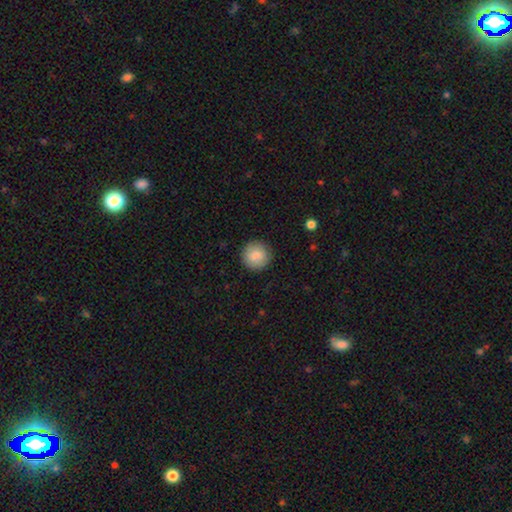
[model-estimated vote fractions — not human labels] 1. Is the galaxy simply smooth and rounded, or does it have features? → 84% smooth, 8% featured or disk, 8% star or artifact.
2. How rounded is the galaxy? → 94% round, 5% in between, 1% cigar-shaped.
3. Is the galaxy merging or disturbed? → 90% none, 7% minor disturbance, 2% major disturbance, 1% merger.